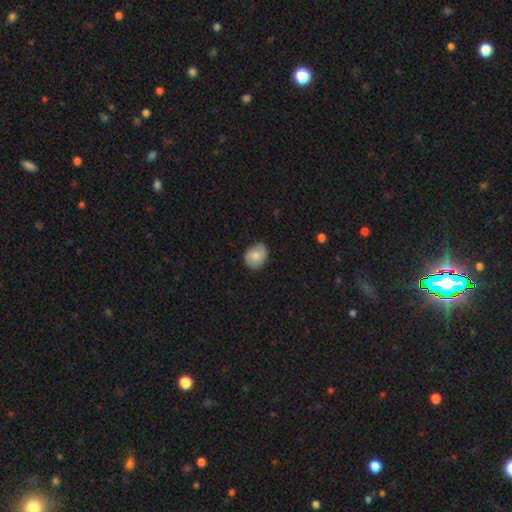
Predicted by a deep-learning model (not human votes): Smooth or featured? smooth (71%)
How rounded? in between (55%)
Merging? none (81%)